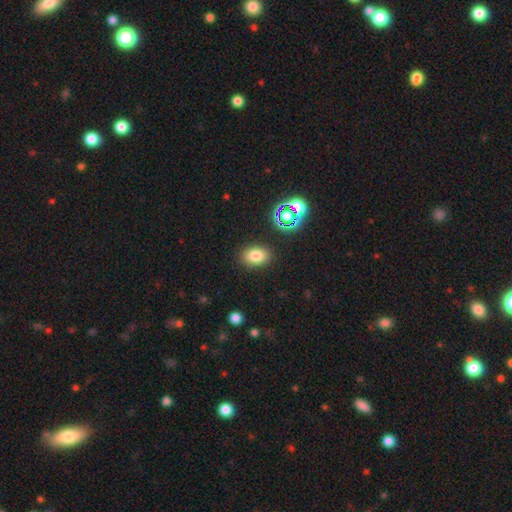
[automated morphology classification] This appears to be a smooth galaxy with no disk features (78%) that is in between round and cigar-shaped (80%). Merging: none (87%).